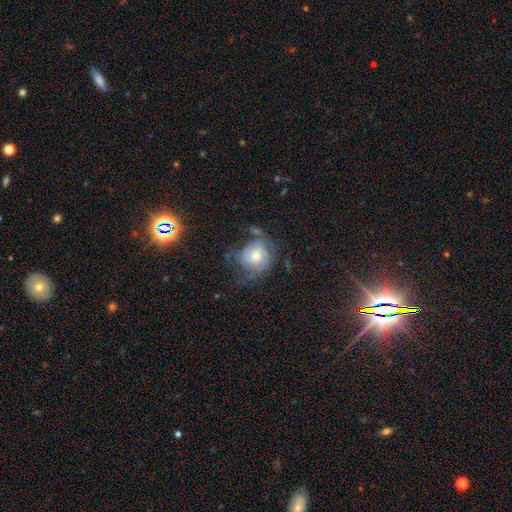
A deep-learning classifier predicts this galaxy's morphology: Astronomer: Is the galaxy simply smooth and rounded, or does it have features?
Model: smooth — 46% (runner-up: featured or disk, 45%).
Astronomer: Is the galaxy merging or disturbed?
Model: none — 42% (runner-up: minor disturbance, 28%).